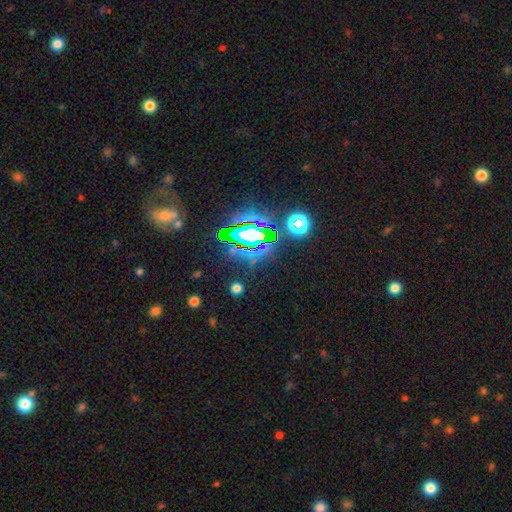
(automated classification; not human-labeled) smooth_or_featured: star or artifact (p=0.78) [alt: smooth p=0.12]